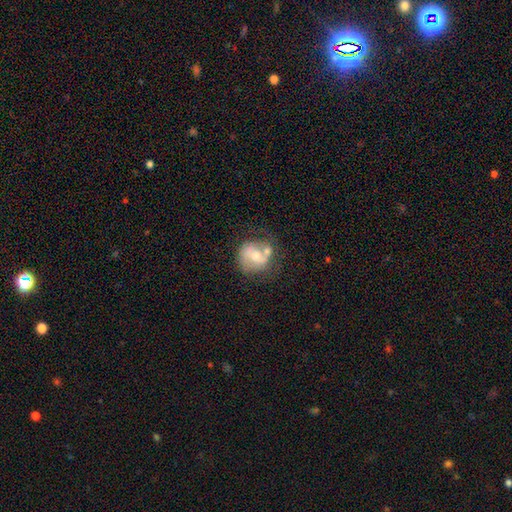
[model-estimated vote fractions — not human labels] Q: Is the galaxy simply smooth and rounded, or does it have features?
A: featured or disk — 58%.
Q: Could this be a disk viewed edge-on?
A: no — 97%.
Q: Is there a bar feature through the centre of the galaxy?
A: no — 59%.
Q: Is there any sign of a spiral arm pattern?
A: yes — 64%.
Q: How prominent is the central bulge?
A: moderate — 63%.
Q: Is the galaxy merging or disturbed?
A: none — 40%.